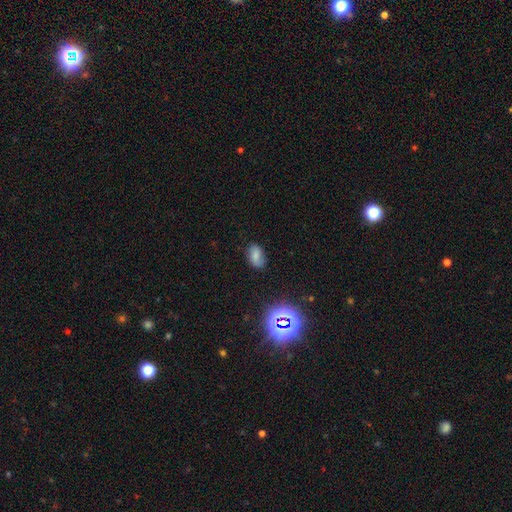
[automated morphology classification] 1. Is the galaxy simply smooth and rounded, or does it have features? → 68% smooth, 16% featured or disk, 16% star or artifact.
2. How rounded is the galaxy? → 86% in between, 13% round, 2% cigar-shaped.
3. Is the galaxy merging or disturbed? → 72% none, 21% minor disturbance, 5% major disturbance, 2% merger.